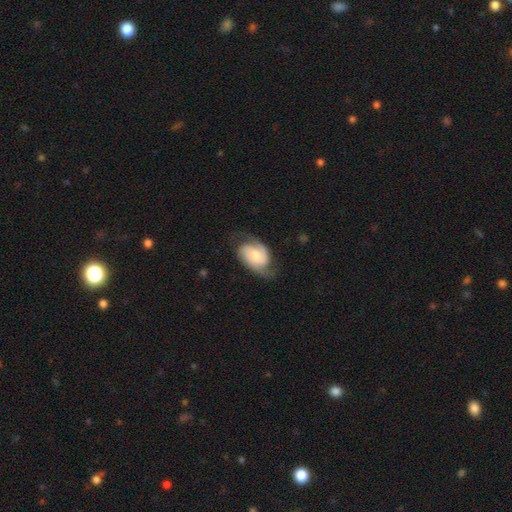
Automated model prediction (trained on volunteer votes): Q: Smooth or featured?
A: featured or disk (73%); runner-up: smooth (21%)
Q: Edge-on disk?
A: no (97%); runner-up: yes (3%)
Q: Bar?
A: no (60%); runner-up: weak (32%)
Q: Spiral arms?
A: yes (94%); runner-up: no (6%)
Q: Spiral winding?
A: medium (44%); runner-up: tight (33%)
Q: Spiral arm count?
A: 2 (86%); runner-up: can't tell (7%)
Q: Bulge size?
A: moderate (44%); runner-up: small (38%)
Q: Merging?
A: none (64%); runner-up: minor disturbance (22%)